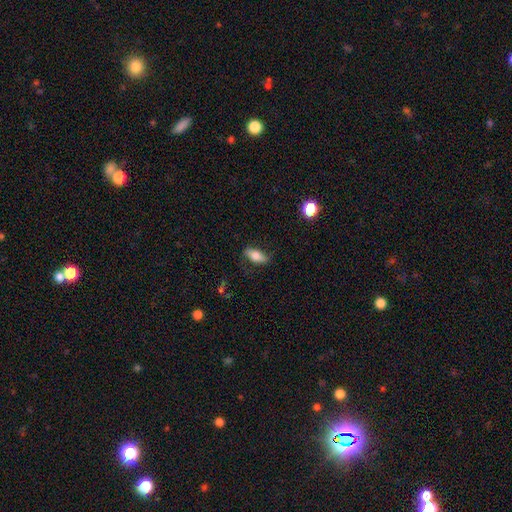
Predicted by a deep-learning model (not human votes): smooth 68%, featured or disk 25%, star or artifact 7%. Down the decision tree: how rounded — in between (76%); merging — none (75%).